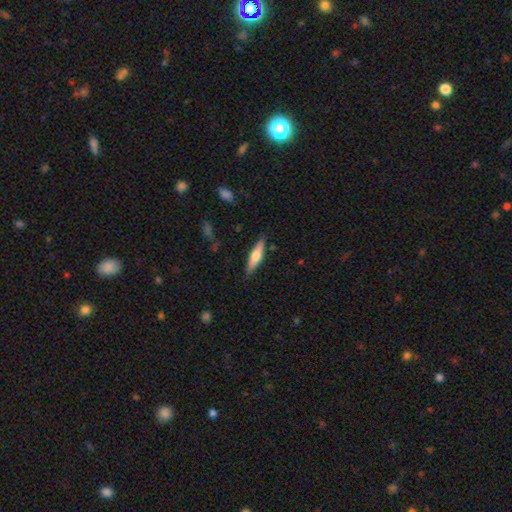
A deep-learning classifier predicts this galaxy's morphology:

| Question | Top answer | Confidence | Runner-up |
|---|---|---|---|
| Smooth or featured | smooth | 51% | featured or disk (43%) |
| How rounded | cigar-shaped | 73% | in between (25%) |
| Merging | none | 85% | minor disturbance (11%) |